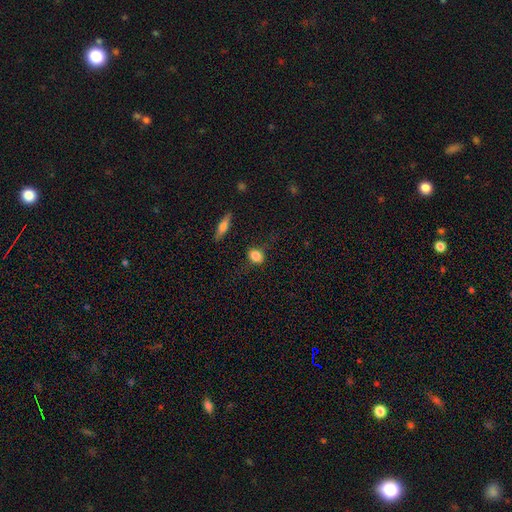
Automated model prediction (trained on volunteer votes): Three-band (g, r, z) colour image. It shows a smooth galaxy with no disk features (83%) that is in between round and cigar-shaped (60%). Merging: none (74%).